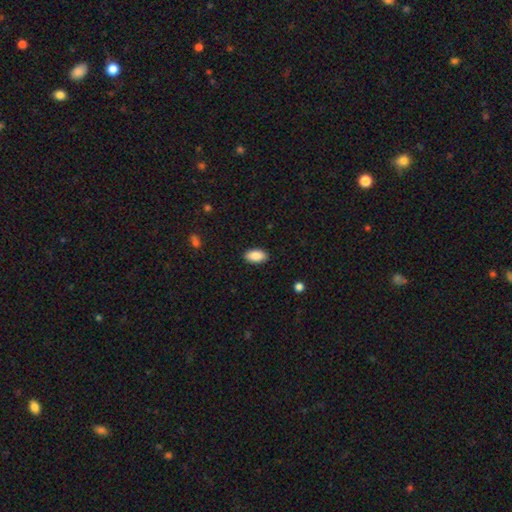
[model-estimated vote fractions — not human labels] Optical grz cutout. It shows a smooth galaxy with no disk features (87%) that is in between round and cigar-shaped (93%). Merging: none (89%).